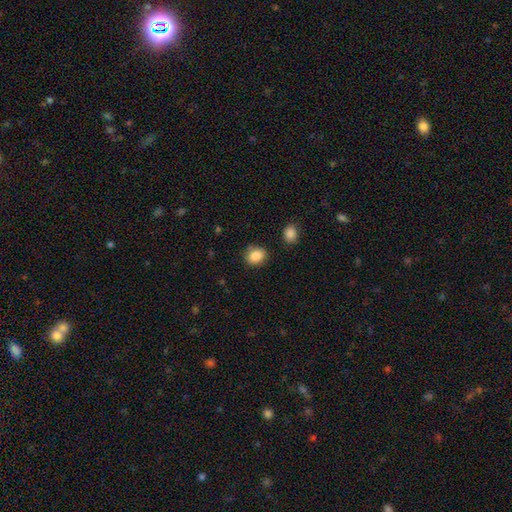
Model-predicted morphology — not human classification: type=smooth (86%); roundness=round (62%); merging=none (82%).